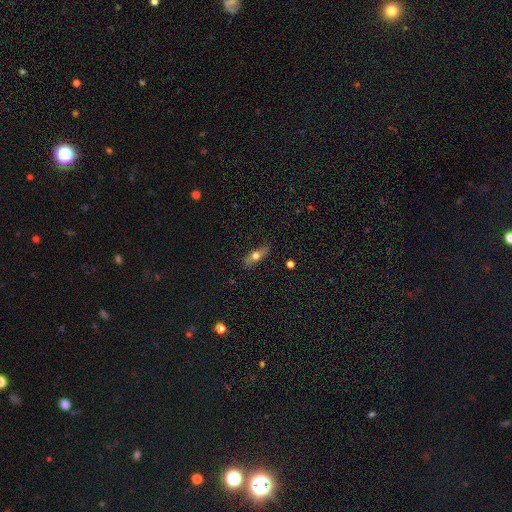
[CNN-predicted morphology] smooth 53%, featured or disk 39%, star or artifact 8%. Down the decision tree: how rounded — in between (51%); merging — none (83%).